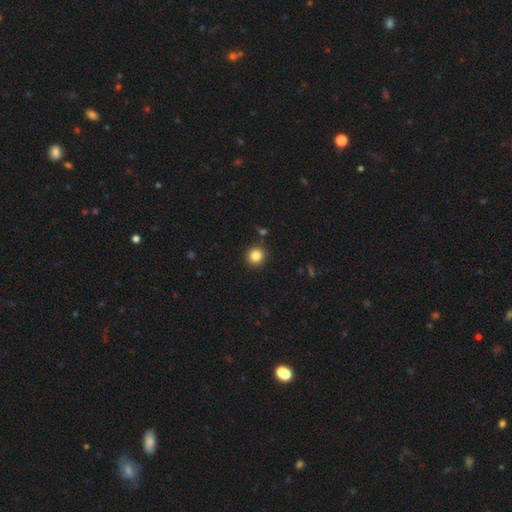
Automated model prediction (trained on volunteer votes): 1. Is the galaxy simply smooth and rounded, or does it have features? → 84% smooth, 11% star or artifact, 5% featured or disk.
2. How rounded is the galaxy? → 94% round, 5% in between, 1% cigar-shaped.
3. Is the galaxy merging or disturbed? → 89% none, 6% minor disturbance, 3% merger, 2% major disturbance.